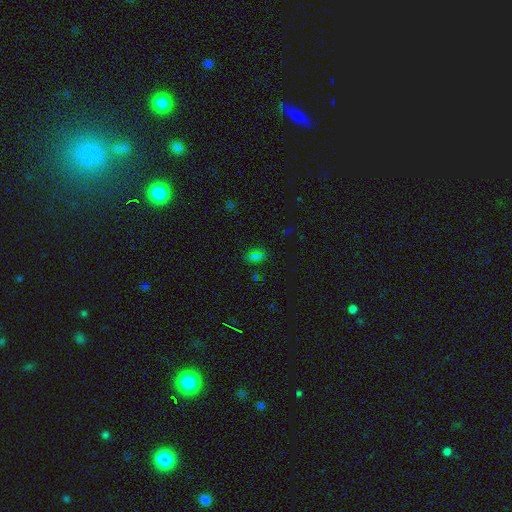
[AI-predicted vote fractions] Overall: smooth (60%; star or artifact 33%). How rounded: in between (83%). Merging: none (75%).